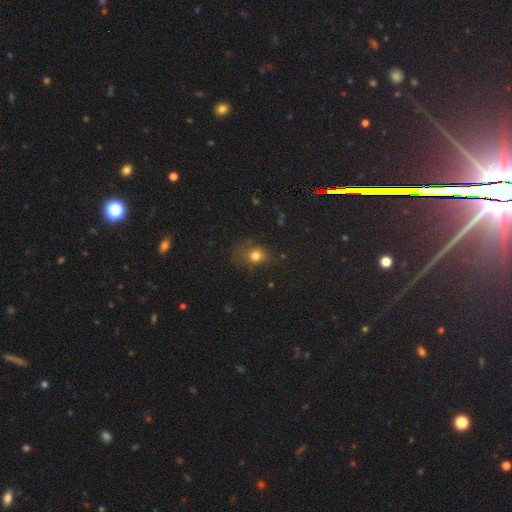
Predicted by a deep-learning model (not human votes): This is likely a smooth galaxy (75%). How rounded: likely round (64%). Merging: possibly none (60%).